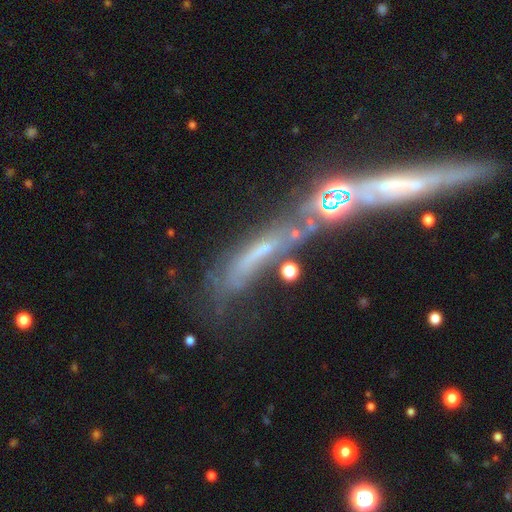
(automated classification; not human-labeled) Smooth or featured: featured or disk — 52% (smooth — 26%)
Edge-on disk: yes — 64% (no — 36%)
Merging: none — 38% (merger — 27%)